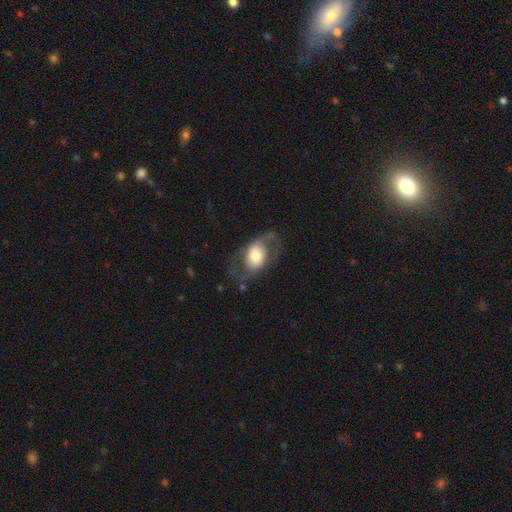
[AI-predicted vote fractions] smooth-or-featured: featured or disk: 62% | smooth: 32% | star or artifact: 6%
  disk-edge-on: no: 93% | yes: 7%
    bar: no: 67% | weak: 24% | strong: 10%
    has-spiral-arms: yes: 68% | no: 32%
    bulge-size: moderate: 45% | large: 37% | small: 10% | dominant: 7% | none: 1%
  merging: none: 66% | minor disturbance: 16% | major disturbance: 16% | merger: 2%